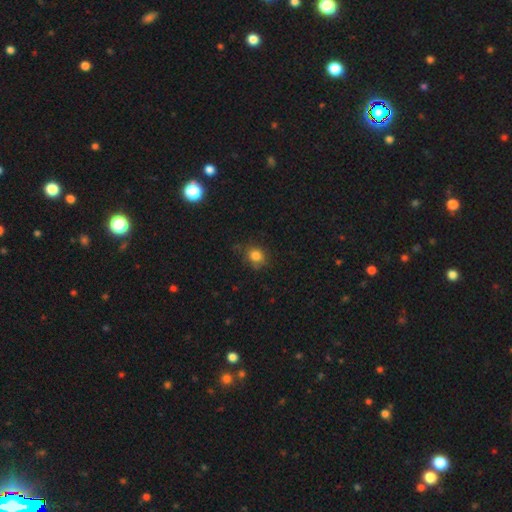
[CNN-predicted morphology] A smooth galaxy with no disk features (82%) that is round (69%). Merging: none (73%).